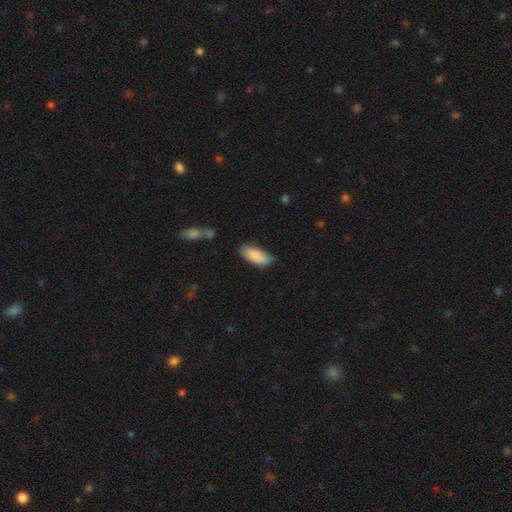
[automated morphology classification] Smooth or featured?
  - smooth: 88% *
  - star or artifact: 6%
  - featured or disk: 6%
How rounded?
  - in between: 85% *
  - cigar-shaped: 13%
  - round: 2%
Merging?
  - none: 73% *
  - minor disturbance: 21%
  - major disturbance: 3%
  - merger: 2%